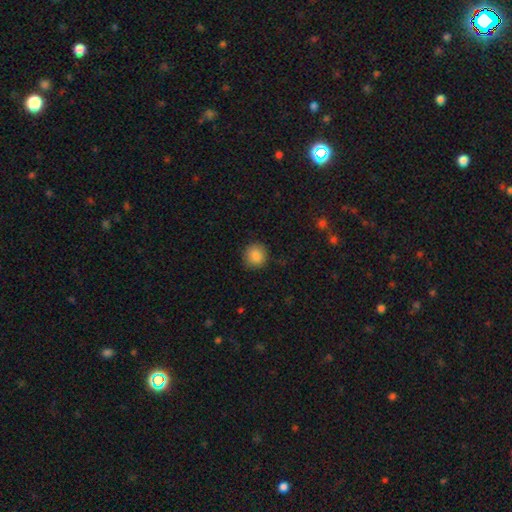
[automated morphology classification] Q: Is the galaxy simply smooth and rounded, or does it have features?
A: smooth — 87%.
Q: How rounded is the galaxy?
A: round — 92%.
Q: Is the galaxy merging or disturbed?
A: none — 89%.